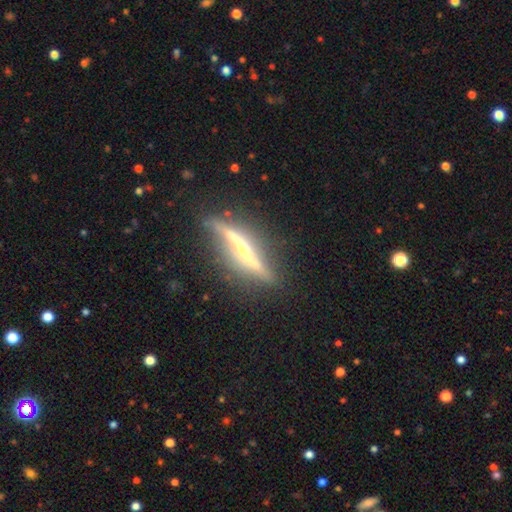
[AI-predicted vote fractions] Smooth or featured? Predicted: featured or disk (p=0.84). Edge-on disk? Predicted: yes (p=0.92). Edge-on bulge? Predicted: rounded (p=0.88). Merging? Predicted: none (p=0.82).